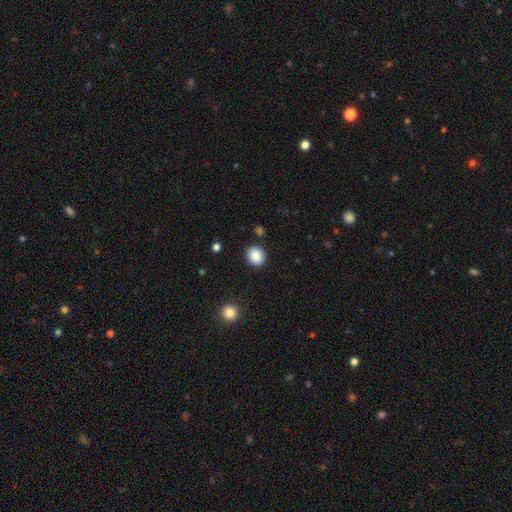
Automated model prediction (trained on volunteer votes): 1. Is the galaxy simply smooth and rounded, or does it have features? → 88% smooth, 9% star or artifact, 4% featured or disk.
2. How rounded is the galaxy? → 80% round, 19% in between, 1% cigar-shaped.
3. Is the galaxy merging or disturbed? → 90% none, 6% minor disturbance, 2% major disturbance, 2% merger.